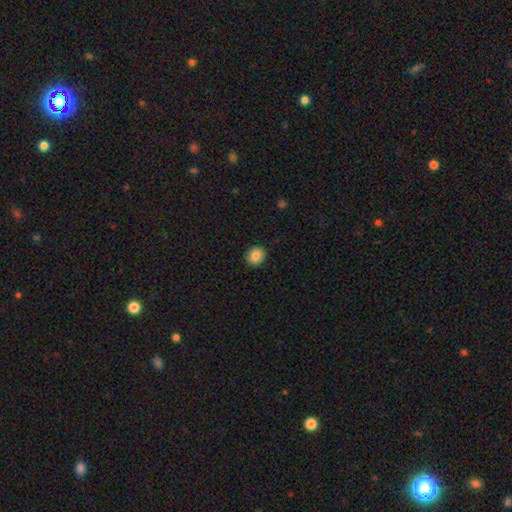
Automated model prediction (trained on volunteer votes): A smooth galaxy with no disk features (85%) that is round (70%). Merging: none (90%).